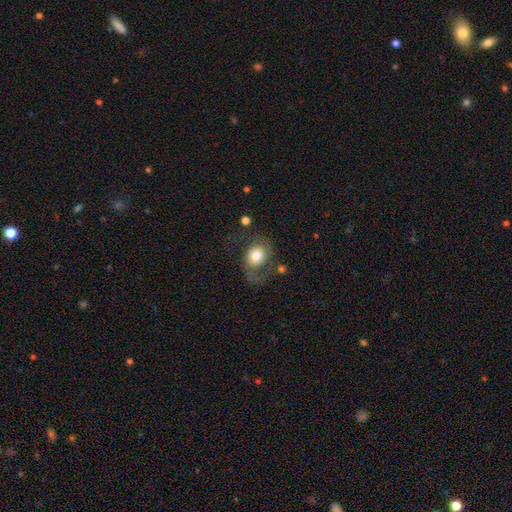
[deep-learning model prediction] This is likely a smooth galaxy (66%). How rounded: possibly round (56%). Merging: marginally none (43%).